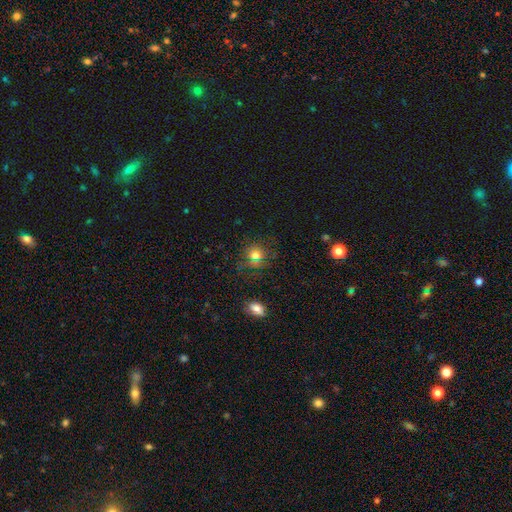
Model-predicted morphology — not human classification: smooth-or-featured: smooth: 70% | star or artifact: 23% | featured or disk: 7%
  how-rounded: round: 85% | in between: 14% | cigar-shaped: 1%
  merging: none: 80% | minor disturbance: 12% | major disturbance: 5% | merger: 4%